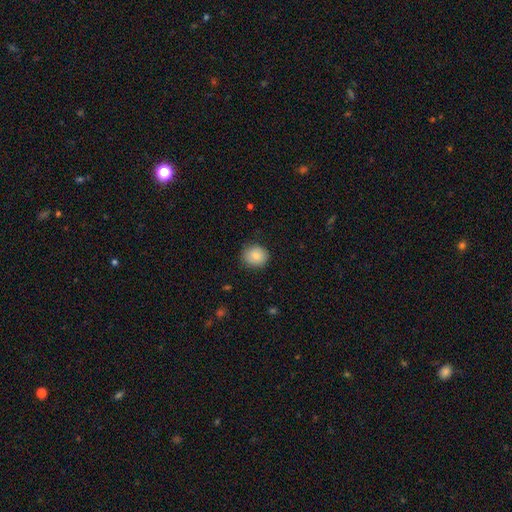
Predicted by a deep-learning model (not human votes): Q: Smooth or featured?
A: smooth (85%); runner-up: featured or disk (8%)
Q: How rounded?
A: round (77%); runner-up: in between (22%)
Q: Merging?
A: none (86%); runner-up: minor disturbance (11%)